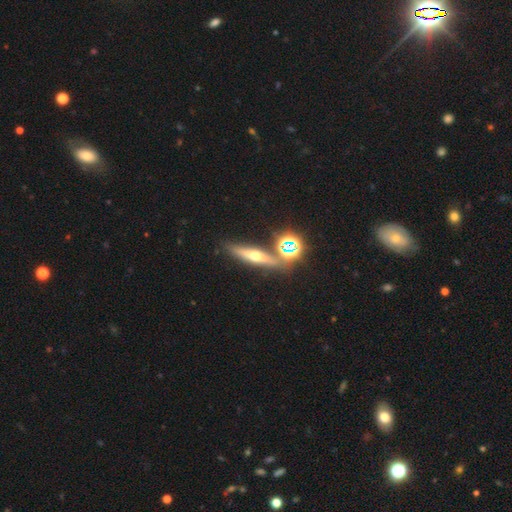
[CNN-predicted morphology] A featured or disk galaxy (49%). Merging: none (78%).